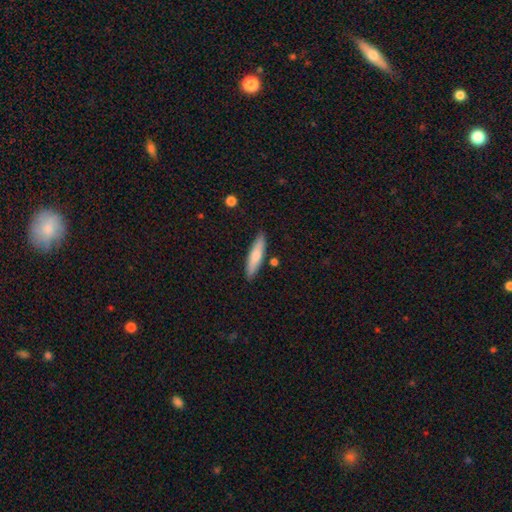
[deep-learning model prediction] A smooth galaxy with no disk features (73%) that is cigar-shaped (78%). Merging: none (85%).